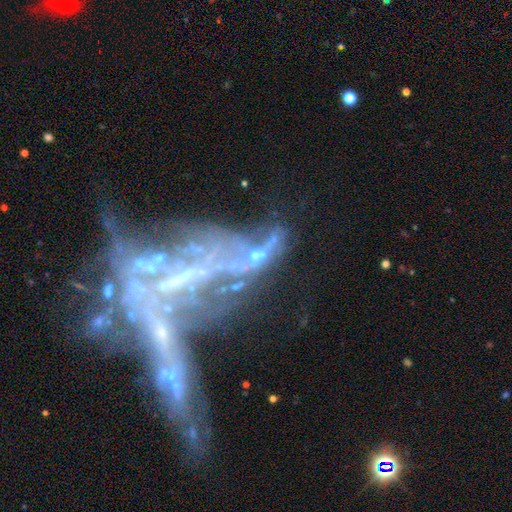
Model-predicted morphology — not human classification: Q: Smooth or featured?
A: featured or disk (64%); runner-up: star or artifact (25%)
Q: Edge-on disk?
A: no (89%); runner-up: yes (11%)
Q: Bar?
A: no (66%); runner-up: strong (17%)
Q: Spiral arms?
A: no (71%); runner-up: yes (29%)
Q: Bulge size?
A: none (67%); runner-up: small (19%)
Q: Merging?
A: merger (40%); runner-up: major disturbance (33%)